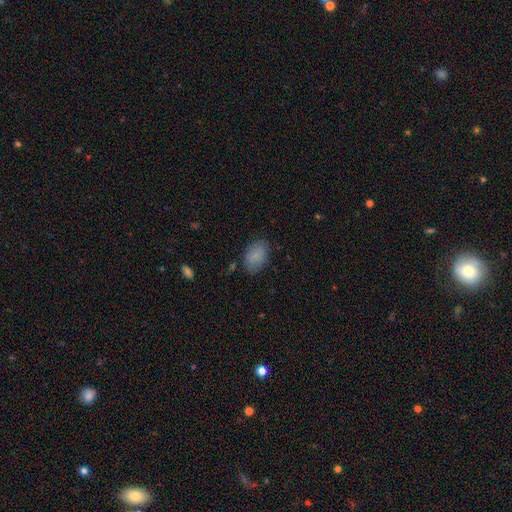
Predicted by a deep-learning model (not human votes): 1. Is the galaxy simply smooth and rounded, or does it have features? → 85% smooth, 8% featured or disk, 7% star or artifact.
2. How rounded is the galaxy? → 89% in between, 9% round, 1% cigar-shaped.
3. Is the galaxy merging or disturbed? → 80% none, 15% minor disturbance, 4% major disturbance, 2% merger.